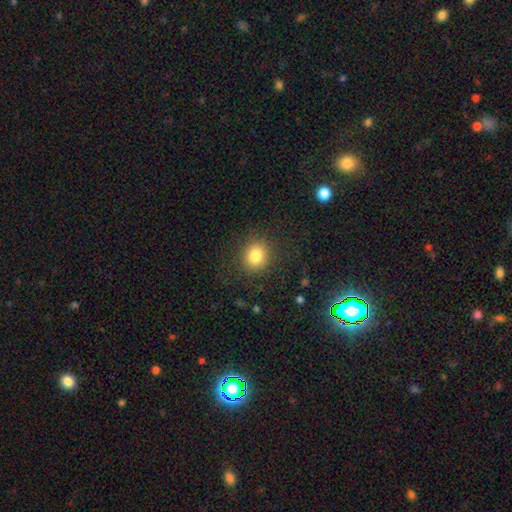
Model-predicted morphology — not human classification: Smooth or featured? smooth (81%)
How rounded? round (75%)
Merging? none (86%)